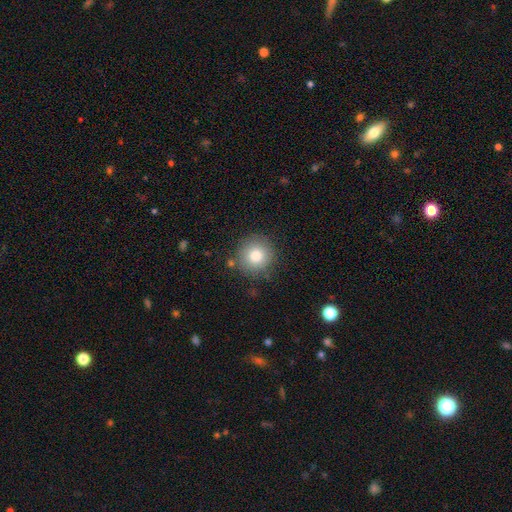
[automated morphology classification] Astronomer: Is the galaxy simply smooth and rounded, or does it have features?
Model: smooth — 81%.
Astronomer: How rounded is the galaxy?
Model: round — 93%.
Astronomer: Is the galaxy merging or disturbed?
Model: none — 86%.